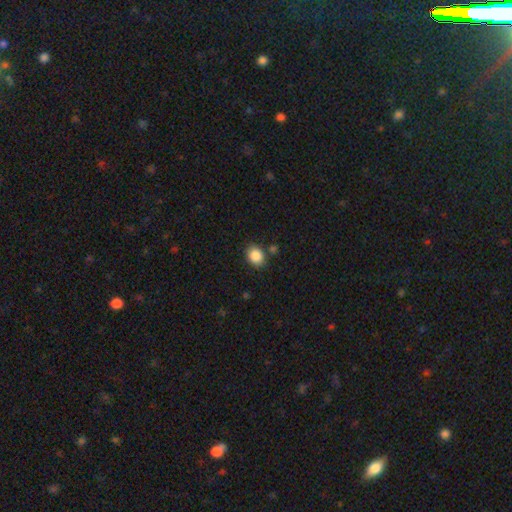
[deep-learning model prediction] This appears to be a smooth galaxy with no disk features (87%) that is in between round and cigar-shaped (51%). Merging: none (80%).